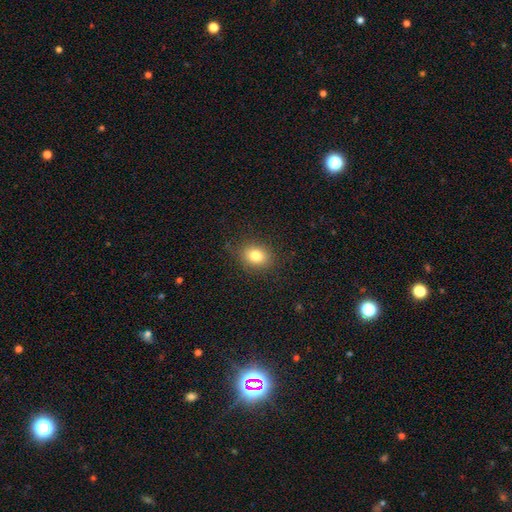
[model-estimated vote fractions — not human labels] This appears to be a smooth galaxy with no disk features (81%) that is in between round and cigar-shaped (52%). Merging: none (85%).